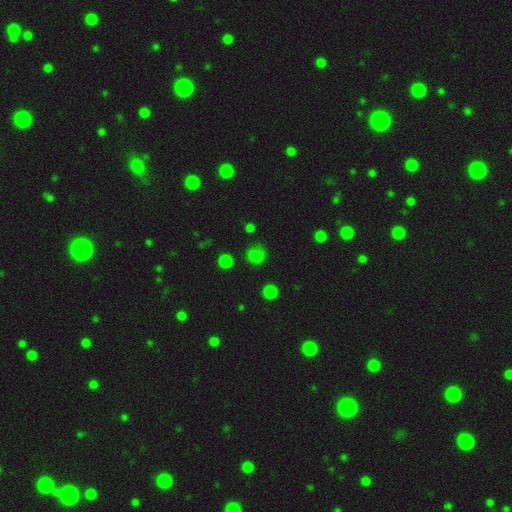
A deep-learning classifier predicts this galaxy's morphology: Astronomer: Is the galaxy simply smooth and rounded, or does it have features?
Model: smooth — 73%.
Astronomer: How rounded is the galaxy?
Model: round — 84%.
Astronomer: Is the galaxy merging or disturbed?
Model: none — 78%.